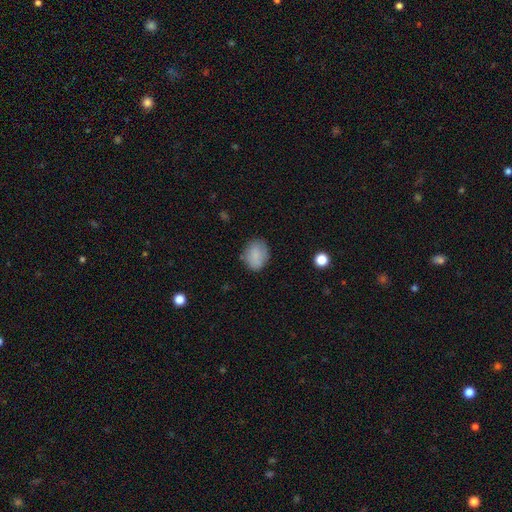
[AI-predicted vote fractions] smooth-or-featured: smooth: 85% | star or artifact: 8% | featured or disk: 8%
  how-rounded: in between: 57% | round: 42% | cigar-shaped: 1%
  merging: none: 77% | minor disturbance: 17% | major disturbance: 4% | merger: 2%